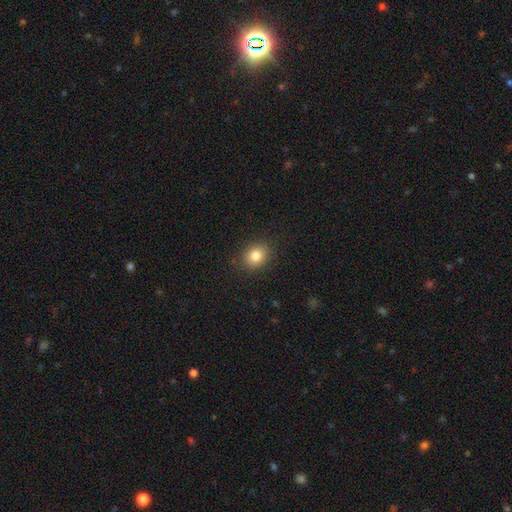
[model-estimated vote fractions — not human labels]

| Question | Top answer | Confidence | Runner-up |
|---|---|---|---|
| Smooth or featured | smooth | 83% | star or artifact (10%) |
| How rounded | round | 54% | in between (45%) |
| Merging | none | 87% | minor disturbance (9%) |